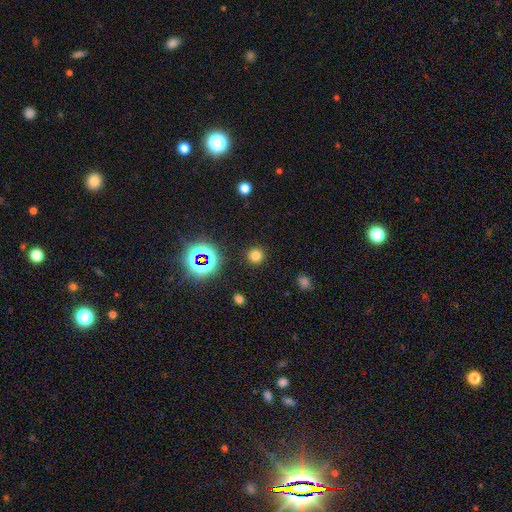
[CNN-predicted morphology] Smooth or featured? smooth (72%)
How rounded? round (94%)
Merging? none (90%)